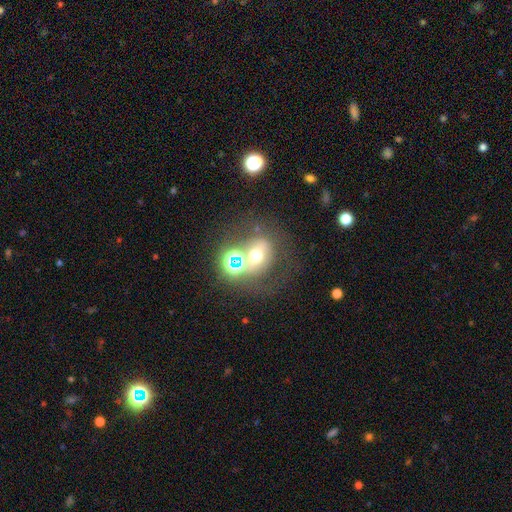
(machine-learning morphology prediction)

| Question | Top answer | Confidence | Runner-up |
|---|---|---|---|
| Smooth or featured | smooth | 41% | star or artifact (29%) |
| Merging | none | 46% | merger (27%) |